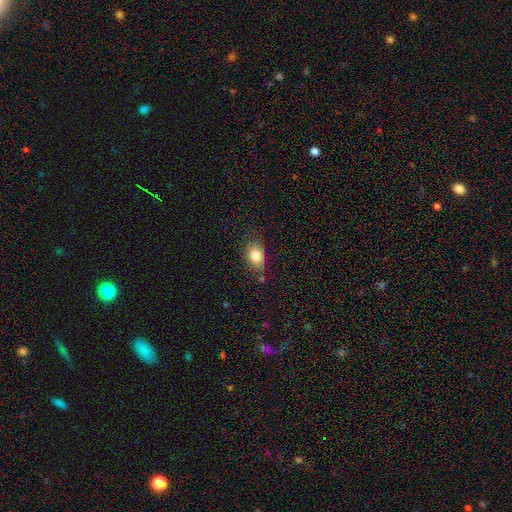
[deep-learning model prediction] A smooth galaxy with no disk features (81%) that is in between round and cigar-shaped (74%). Merging: none (76%).